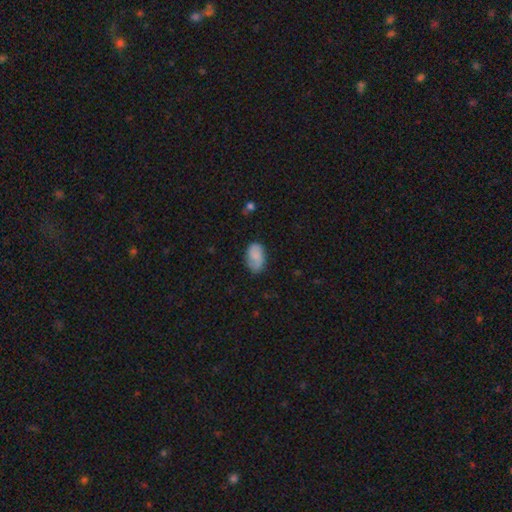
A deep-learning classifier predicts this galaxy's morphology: A smooth galaxy with no disk features (74%) that is in between round and cigar-shaped (91%). Merging: none (70%).